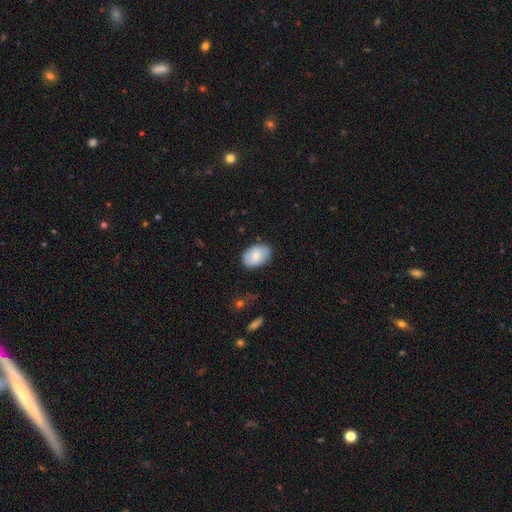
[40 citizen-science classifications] smooth-or-featured: smooth: 68% | featured or disk: 32% | star or artifact: 0%
  how-rounded: in between: 100% | round: 0% | cigar-shaped: 0%
  merging: none: 90% | merger: 5% | minor disturbance: 2% | major disturbance: 2%